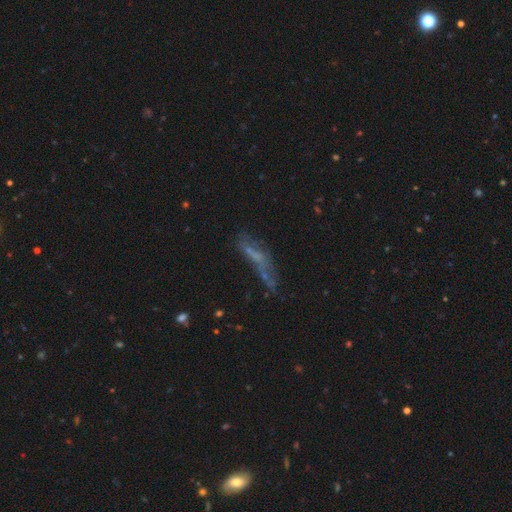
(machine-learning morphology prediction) This is marginally a featured or disk galaxy (43%). Merging: marginally none (40%).